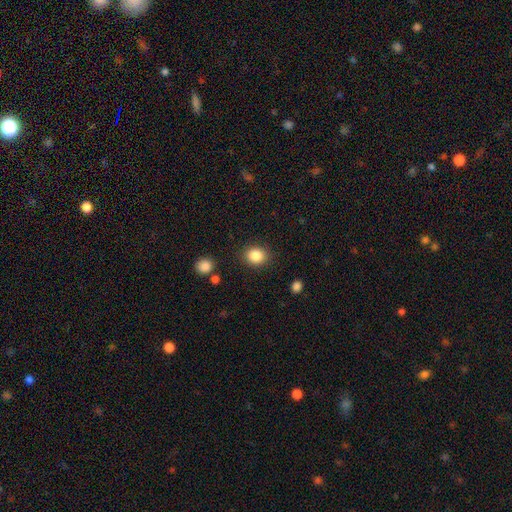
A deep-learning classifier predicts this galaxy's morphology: type=smooth (86%); roundness=round (69%); merging=none (87%).